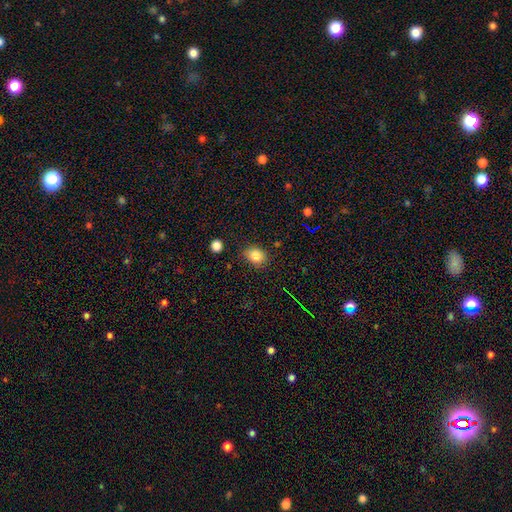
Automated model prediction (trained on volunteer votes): This is clearly a smooth galaxy (84%). How rounded: possibly round (52%). Merging: likely none (76%).